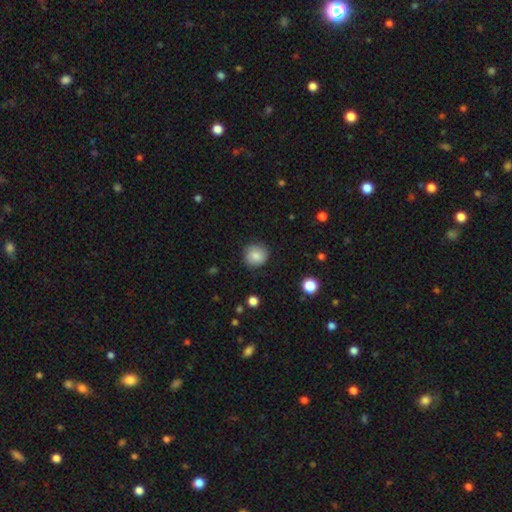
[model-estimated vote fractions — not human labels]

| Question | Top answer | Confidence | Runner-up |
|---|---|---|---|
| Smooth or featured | smooth | 82% | featured or disk (10%) |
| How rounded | round | 88% | in between (11%) |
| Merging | none | 82% | minor disturbance (13%) |